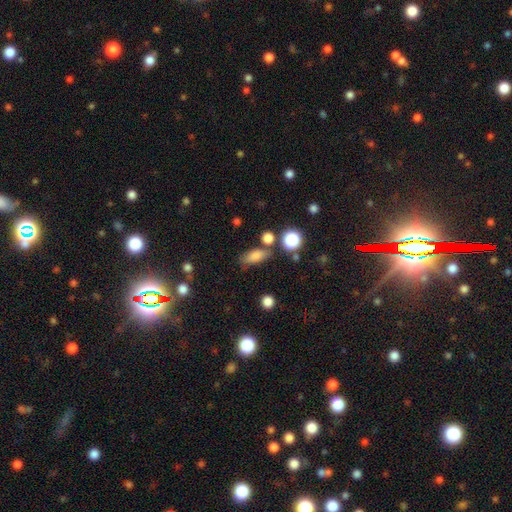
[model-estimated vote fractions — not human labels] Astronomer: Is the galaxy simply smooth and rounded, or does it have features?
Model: smooth — 81%.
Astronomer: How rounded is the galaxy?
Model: in between — 75%.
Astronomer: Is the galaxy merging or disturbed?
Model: none — 68%.